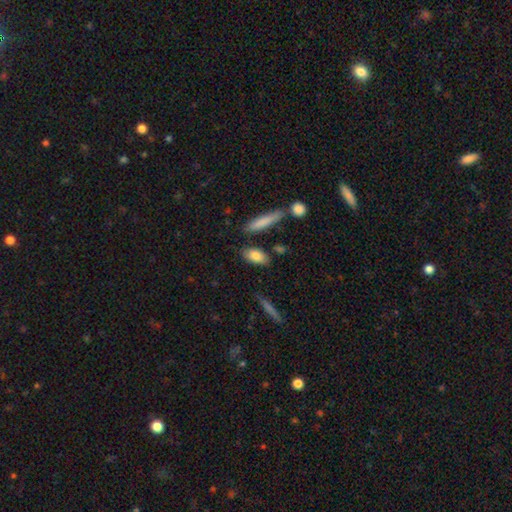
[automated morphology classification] smooth_or_featured: smooth (p=0.82) [alt: featured or disk p=0.11]
how_rounded: in between (p=0.81) [alt: cigar-shaped p=0.15]
merging: none (p=0.79) [alt: minor disturbance p=0.13]